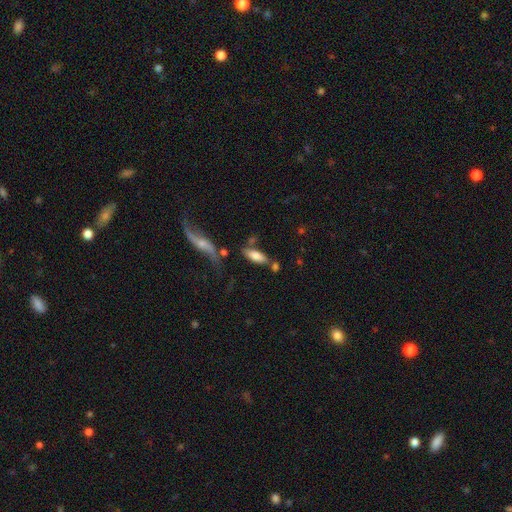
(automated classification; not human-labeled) smooth_or_featured: smooth (p=0.71) [alt: featured or disk p=0.22]
how_rounded: in between (p=0.74) [alt: cigar-shaped p=0.24]
merging: none (p=0.59) [alt: merger p=0.17]